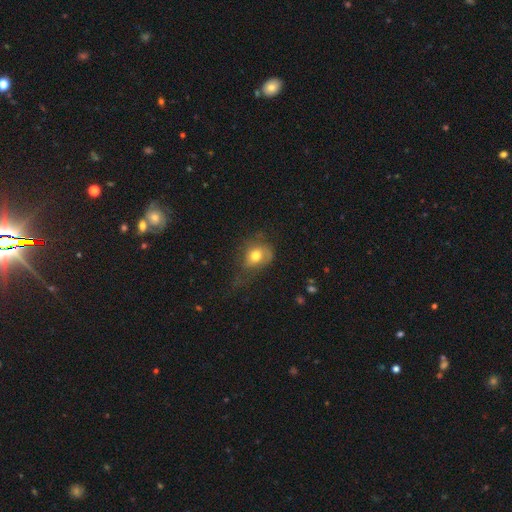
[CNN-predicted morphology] Smooth or featured? Predicted: smooth (p=0.69). How rounded? Predicted: in between (p=0.55). Merging? Predicted: none (p=0.37).